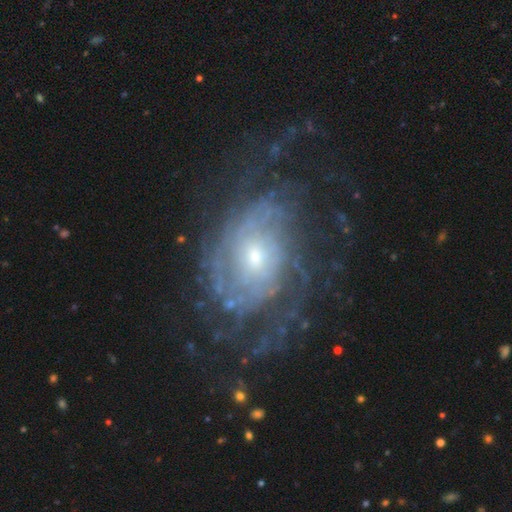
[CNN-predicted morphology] Overall: featured or disk (80%). Edge-on disk: no (96%). Bar: no (72%). Spiral arms: yes (84%). Spiral arm count: can't tell (52%; 2 15%). Spiral winding: tight (56%; medium 29%). Bulge size: small (63%; moderate 32%). Merging: none (61%).